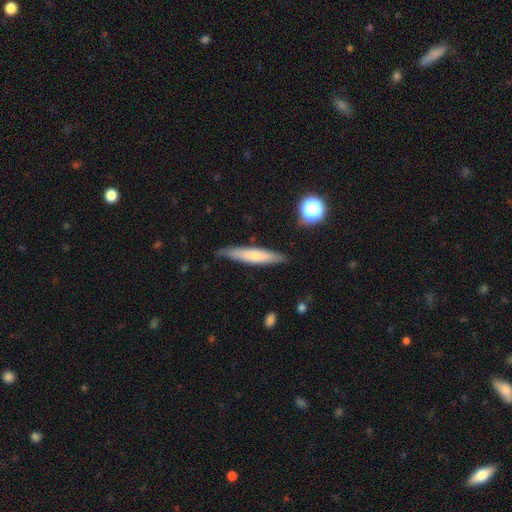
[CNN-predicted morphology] Smooth or featured? Predicted: smooth (p=0.61). How rounded? Predicted: cigar-shaped (p=0.89). Merging? Predicted: none (p=0.81).